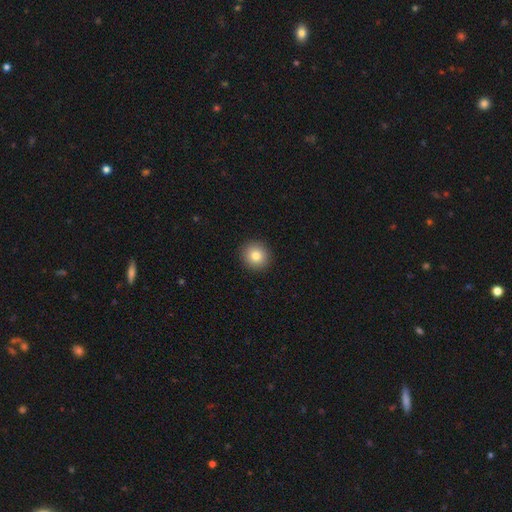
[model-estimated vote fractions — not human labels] Smooth or featured? Predicted: smooth (p=0.83). How rounded? Predicted: round (p=0.92). Merging? Predicted: none (p=0.93).